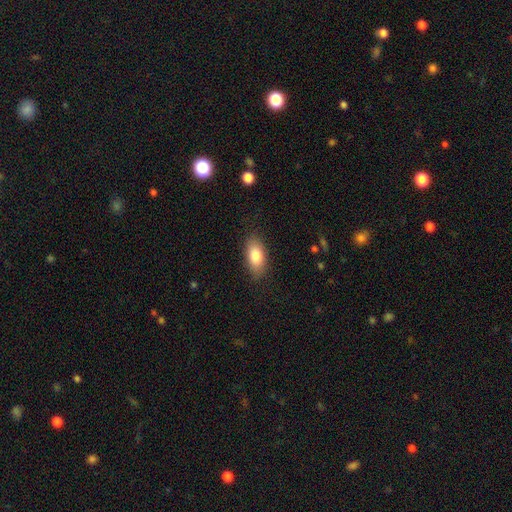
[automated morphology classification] A smooth galaxy with no disk features (82%) that is in between round and cigar-shaped (89%). Merging: none (84%).